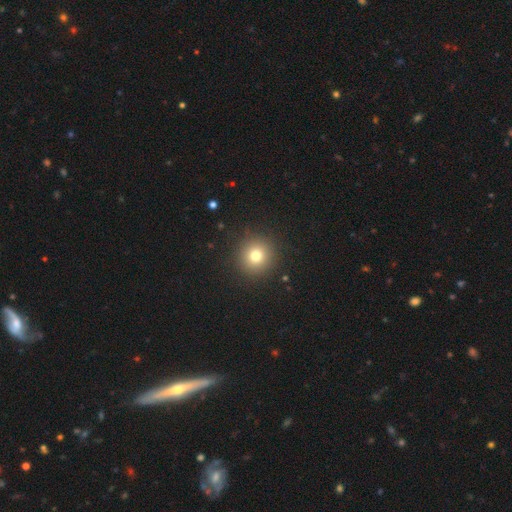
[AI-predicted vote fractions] Smooth or featured?
  - smooth: 77% *
  - star or artifact: 14%
  - featured or disk: 9%
How rounded?
  - round: 94% *
  - in between: 5%
  - cigar-shaped: 1%
Merging?
  - none: 91% *
  - minor disturbance: 5%
  - major disturbance: 2%
  - merger: 1%